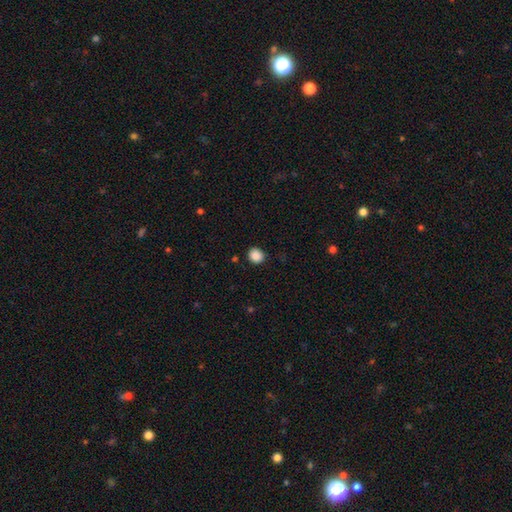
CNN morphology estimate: This appears to be a smooth galaxy with no disk features (88%) that is round (75%). Merging: none (88%).